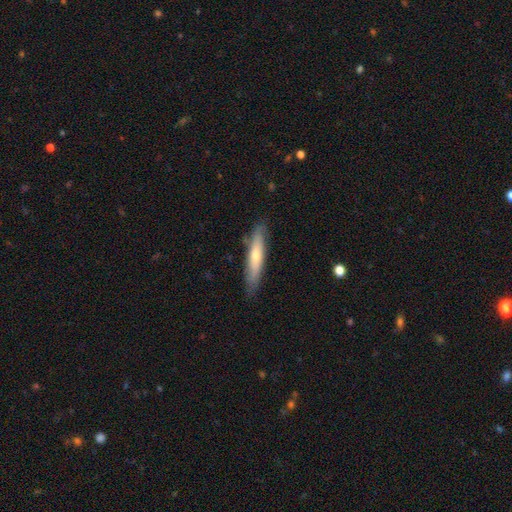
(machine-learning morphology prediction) This appears to be a smooth galaxy with no disk features (53%) that is cigar-shaped (86%). Merging: none (82%).